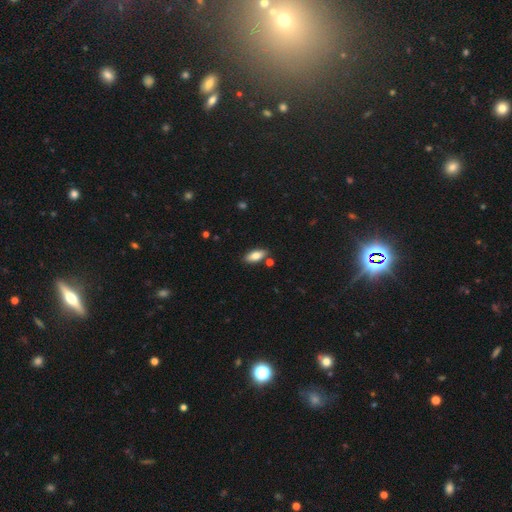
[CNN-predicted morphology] Smooth or featured? smooth (78%)
How rounded? in between (84%)
Merging? none (82%)